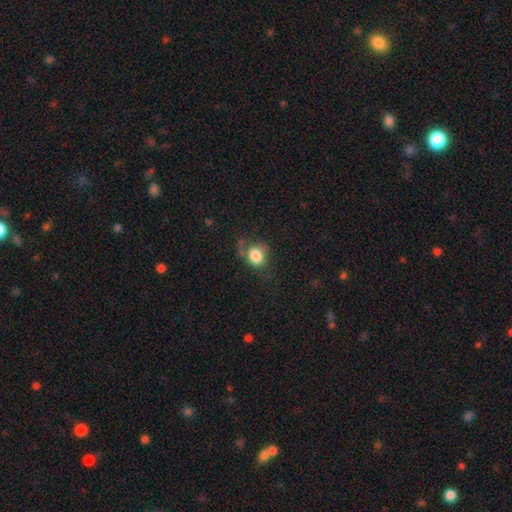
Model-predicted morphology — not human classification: smooth-or-featured: smooth: 83% | star or artifact: 9% | featured or disk: 8%
  how-rounded: round: 58% | in between: 41% | cigar-shaped: 1%
  merging: none: 53% | minor disturbance: 27% | major disturbance: 14% | merger: 6%